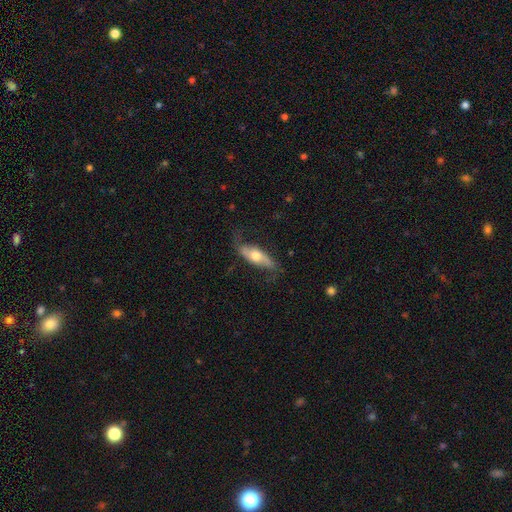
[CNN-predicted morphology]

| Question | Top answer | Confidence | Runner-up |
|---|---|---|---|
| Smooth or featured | featured or disk | 59% | smooth (35%) |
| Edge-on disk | no | 70% | yes (30%) |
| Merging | none | 66% | minor disturbance (22%) |